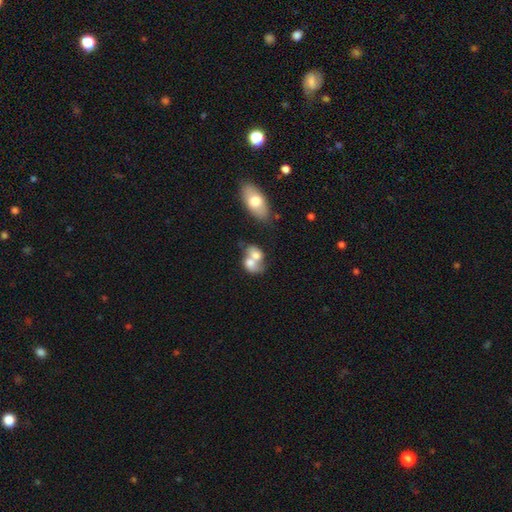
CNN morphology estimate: The model was most divided on "how rounded": in between: 69%, round: 29%, cigar-shaped: 2%. More confident: merging — merger (70%); smooth or featured — smooth (67%).